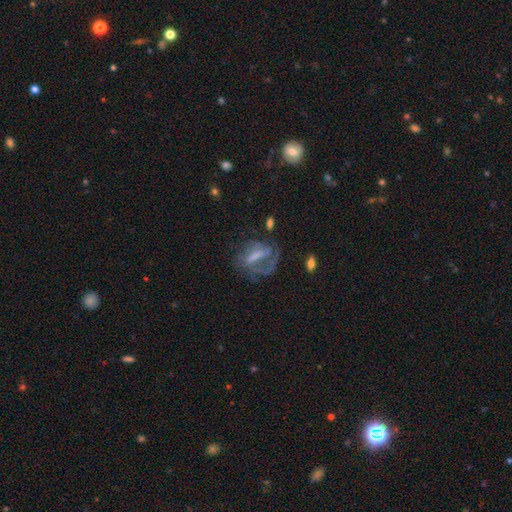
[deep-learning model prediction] Smooth or featured?
  - featured or disk: 66% *
  - smooth: 23%
  - star or artifact: 11%
Edge-on disk?
  - no: 90% *
  - yes: 10%
Bar?
  - strong: 50% *
  - weak: 31%
  - no: 19%
Spiral arms?
  - yes: 69% *
  - no: 31%
Bulge size?
  - none: 42% *
  - small: 23%
  - moderate: 23%
  - large: 9%
  - dominant: 2%
Merging?
  - none: 45% *
  - major disturbance: 32%
  - minor disturbance: 19%
  - merger: 4%